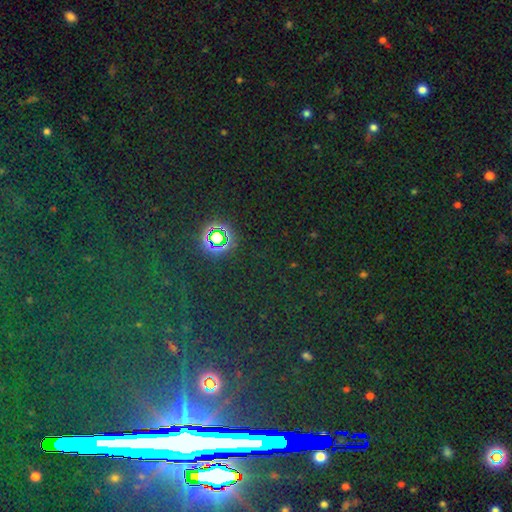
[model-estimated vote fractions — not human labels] Smooth or featured?
  - star or artifact: 65% *
  - smooth: 26%
  - featured or disk: 9%